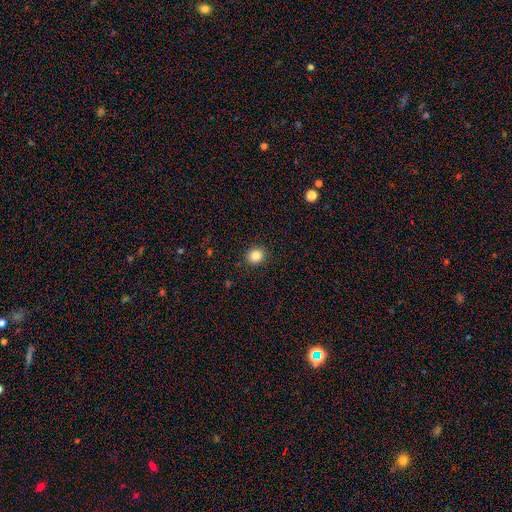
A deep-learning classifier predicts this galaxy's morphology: A smooth galaxy with no disk features (84%) that is round (81%). Merging: none (91%).